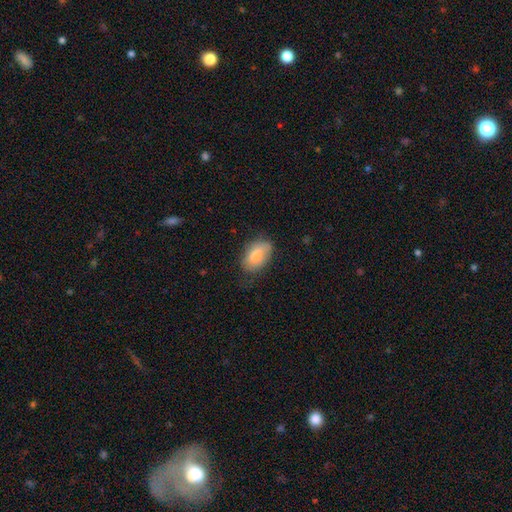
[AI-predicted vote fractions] Morphology: type=smooth (78%); roundness=in between (91%); merging=none (69%).